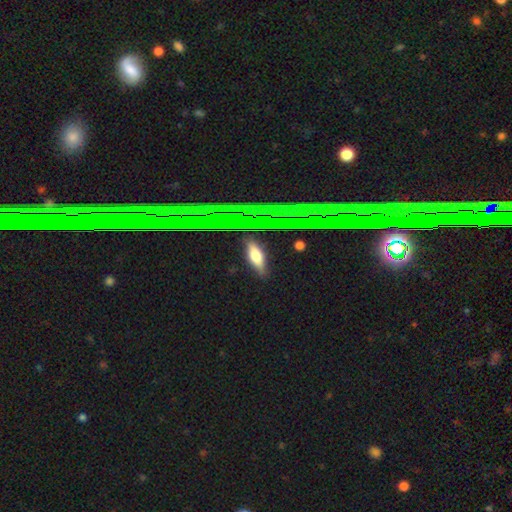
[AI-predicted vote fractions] smooth_or_featured: smooth (p=0.55) [alt: featured or disk p=0.32]
how_rounded: in between (p=0.62) [alt: cigar-shaped p=0.32]
merging: none (p=0.83) [alt: minor disturbance p=0.12]